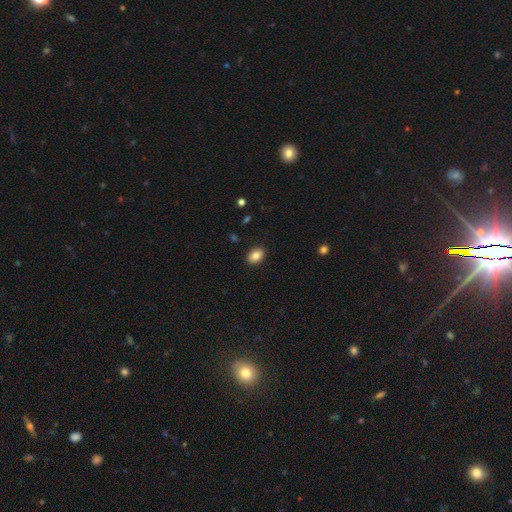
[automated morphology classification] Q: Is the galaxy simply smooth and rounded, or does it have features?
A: smooth — 85%.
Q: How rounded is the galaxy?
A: in between — 70%.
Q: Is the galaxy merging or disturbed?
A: none — 90%.